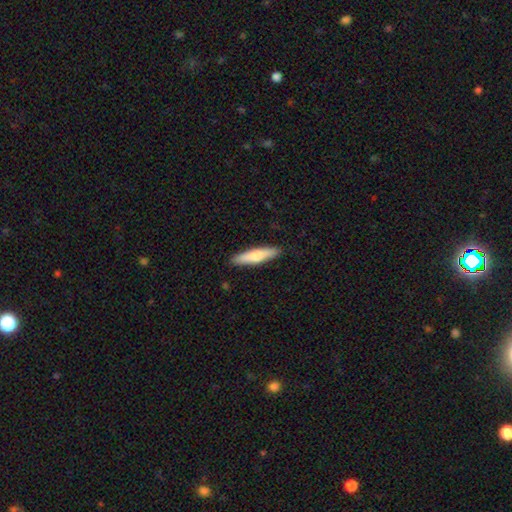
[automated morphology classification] smooth-or-featured: smooth: 63% | featured or disk: 32% | star or artifact: 5%
  how-rounded: cigar-shaped: 82% | in between: 17% | round: 2%
  merging: none: 90% | minor disturbance: 7% | major disturbance: 1% | merger: 1%